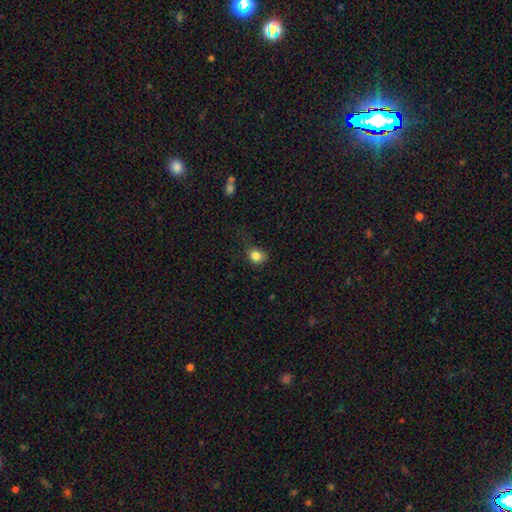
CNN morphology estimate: Smooth or featured? Predicted: smooth (p=0.83). How rounded? Predicted: round (p=0.68). Merging? Predicted: none (p=0.58).